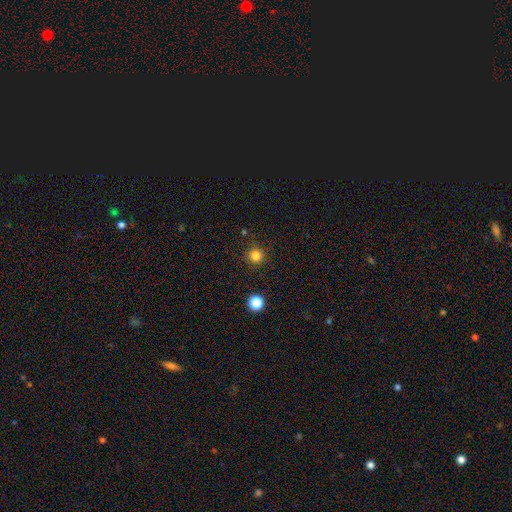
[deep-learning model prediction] Overall: smooth (82%). How rounded: round (95%). Merging: none (90%).